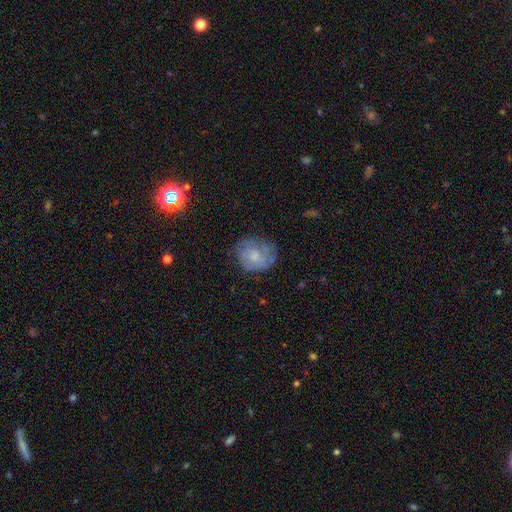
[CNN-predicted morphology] The model was most divided on "bulge size": moderate: 42%, small: 41%, none: 11%, large: 4%, dominant: 1%. More confident: edge-on disk — no (97%); spiral arms — yes (79%); bar — no (77%); merging — none (67%); smooth or featured — featured or disk (55%).